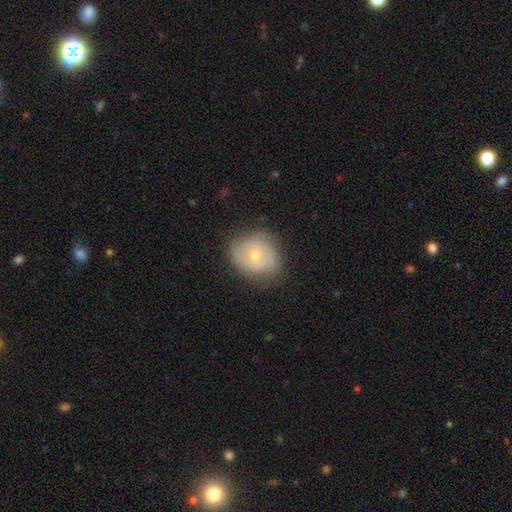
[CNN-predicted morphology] smooth_or_featured: featured or disk (p=0.46) [tied with: smooth p=0.46]
merging: none (p=0.72) [alt: minor disturbance p=0.20]